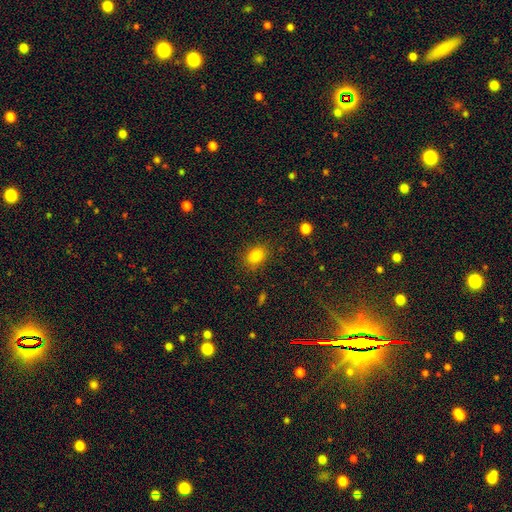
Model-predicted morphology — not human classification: Smooth or featured? smooth (82%)
How rounded? in between (60%)
Merging? none (84%)